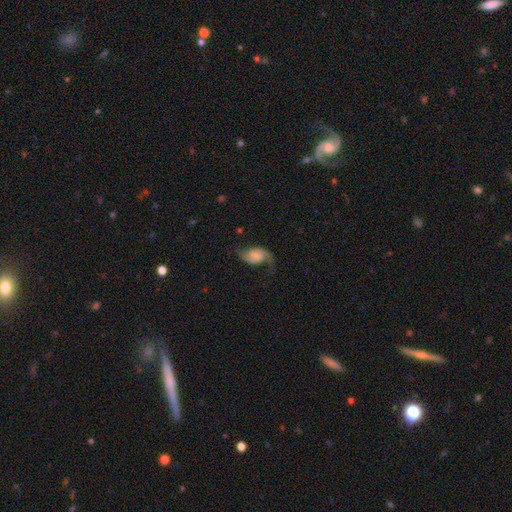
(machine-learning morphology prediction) A featured or disk galaxy (72%) with no bar (59%), 2 (87%) loose (71%) spiral arms (94%) and no central bulge (49%).

Vote fractions:
- Smooth or featured? featured or disk: 72% / smooth: 20% / star or artifact: 8%
- Edge-on disk? no: 97% / yes: 3%
- Bar? no: 59% / weak: 32% / strong: 9%
- Spiral arms? yes: 94% / no: 6%
- Spiral winding? loose: 71% / medium: 23% / tight: 7%
- Spiral arm count? 2: 87% / 1: 8% / can't tell: 2% / 3: 1% / 4: 1% / more than 4: 1%
- Bulge size? none: 49% / small: 20% / large: 12% / moderate: 12% / dominant: 7%
- Merging? none: 57% / minor disturbance: 21% / major disturbance: 19% / merger: 2%